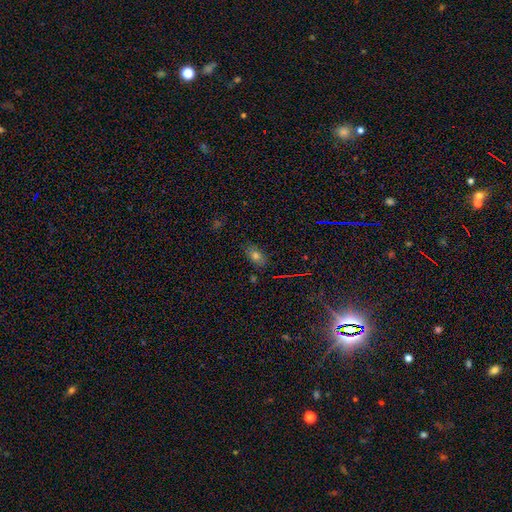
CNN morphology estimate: Smooth or featured: smooth — 70% (star or artifact — 18%)
How rounded: in between — 83% (round — 14%)
Merging: none — 80% (minor disturbance — 15%)